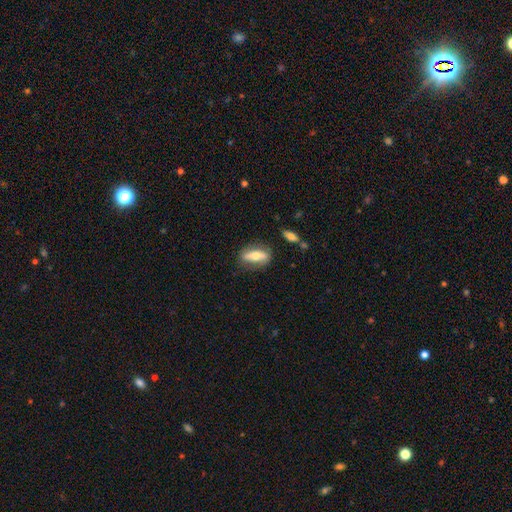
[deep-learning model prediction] A smooth galaxy with no disk features (52%) that is in between round and cigar-shaped (67%). Merging: none (75%).